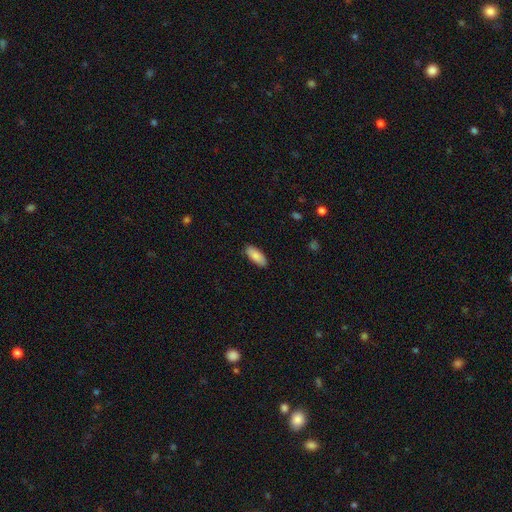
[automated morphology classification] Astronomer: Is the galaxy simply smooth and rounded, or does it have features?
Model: smooth — 87%.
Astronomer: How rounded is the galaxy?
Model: in between — 81%.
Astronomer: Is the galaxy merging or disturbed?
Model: none — 87%.